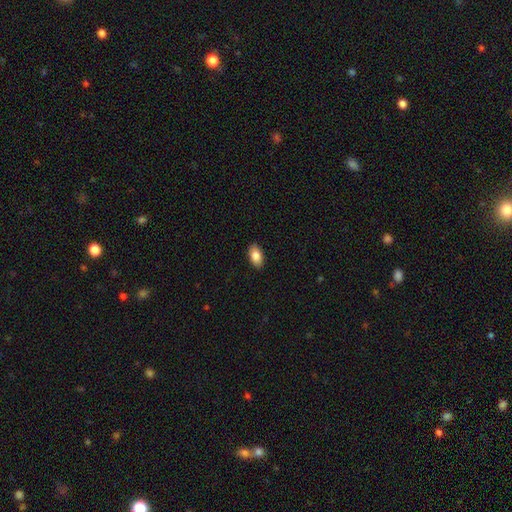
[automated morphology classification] The model was most divided on "smooth or featured": smooth: 85%, featured or disk: 8%, star or artifact: 7%. More confident: how rounded — in between (93%); merging — none (90%).